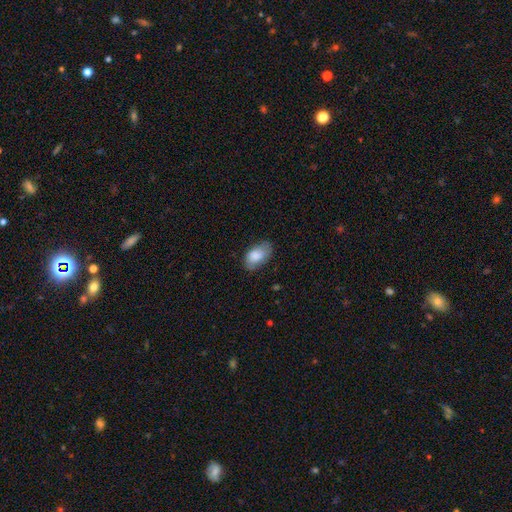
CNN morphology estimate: A smooth galaxy with no disk features (82%) that is in between round and cigar-shaped (93%). Merging: none (71%).